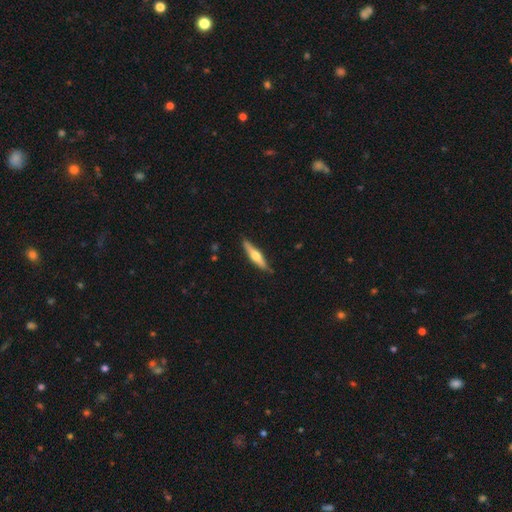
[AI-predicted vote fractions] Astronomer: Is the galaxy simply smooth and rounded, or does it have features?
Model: featured or disk — 57% (runner-up: smooth, 38%).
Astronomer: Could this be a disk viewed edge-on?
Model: yes — 95%.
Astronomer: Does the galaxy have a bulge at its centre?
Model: rounded — 93%.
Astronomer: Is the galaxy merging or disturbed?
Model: none — 88%.